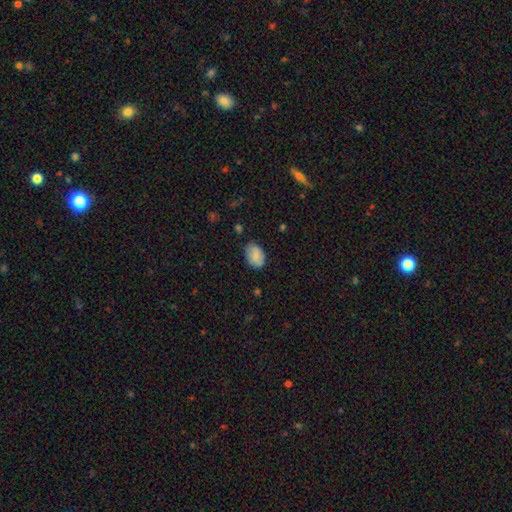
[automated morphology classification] A smooth galaxy with no disk features (84%) that is in between round and cigar-shaped (87%).

Vote fractions:
- Smooth or featured? smooth: 84% / featured or disk: 9% / star or artifact: 7%
- How rounded? in between: 87% / round: 12% / cigar-shaped: 1%
- Merging? none: 77% / minor disturbance: 18% / major disturbance: 3% / merger: 1%